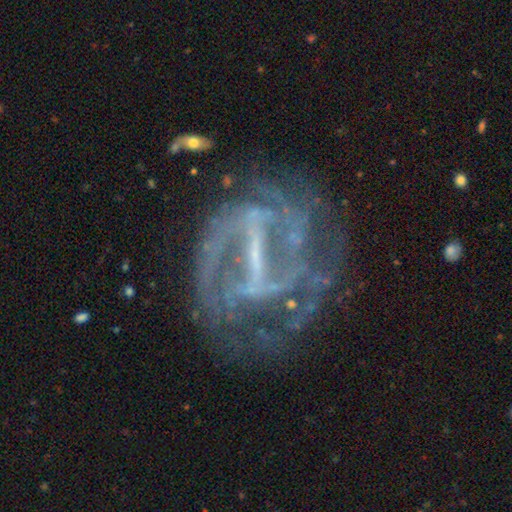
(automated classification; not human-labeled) Smooth or featured? featured or disk (85%)
Edge-on disk? no (96%)
Bar? strong (71%)
Spiral arms? yes (79%)
Spiral winding? tight (42%)
Spiral arm count? 2 (38%)
Bulge size? small (45%)
Merging? none (62%)